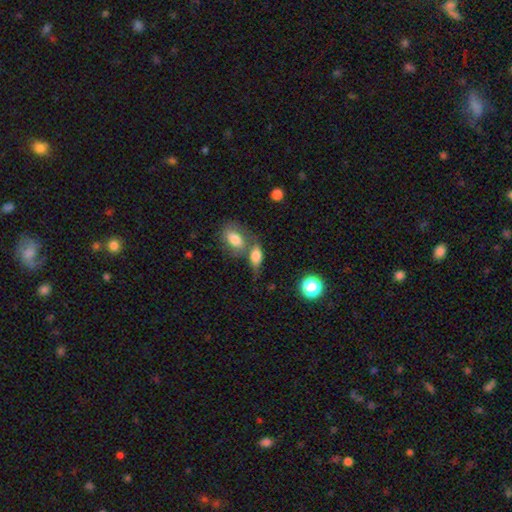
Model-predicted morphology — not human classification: Smooth or featured? smooth (76%)
How rounded? in between (82%)
Merging? none (40%, tied with merger)